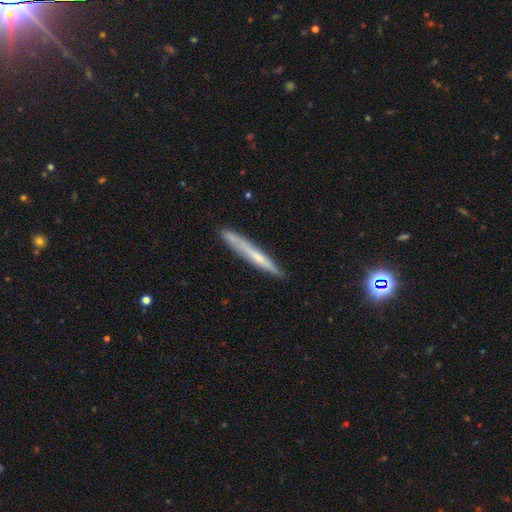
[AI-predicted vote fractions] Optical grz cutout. It shows a featured or disk galaxy (46%, tied with smooth). Merging: none (84%).